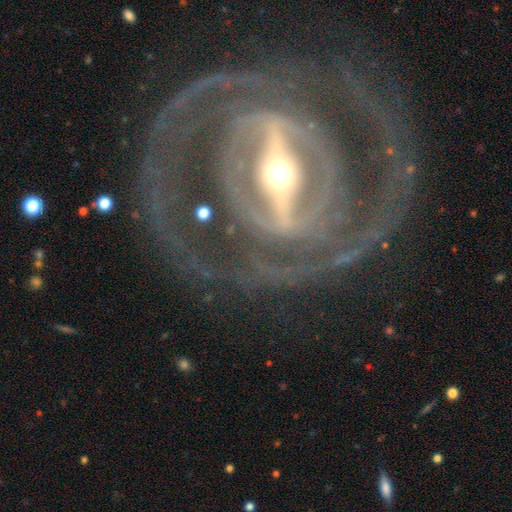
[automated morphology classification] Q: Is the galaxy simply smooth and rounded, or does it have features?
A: featured or disk — 90%.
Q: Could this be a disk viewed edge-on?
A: no — 91%.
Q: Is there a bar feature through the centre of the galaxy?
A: strong — 80%.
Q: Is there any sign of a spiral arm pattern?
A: yes — 82%.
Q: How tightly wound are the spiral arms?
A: tight — 61%.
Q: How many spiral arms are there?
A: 2 — 59%.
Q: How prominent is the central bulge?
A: moderate — 49%.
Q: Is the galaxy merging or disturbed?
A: none — 75%.